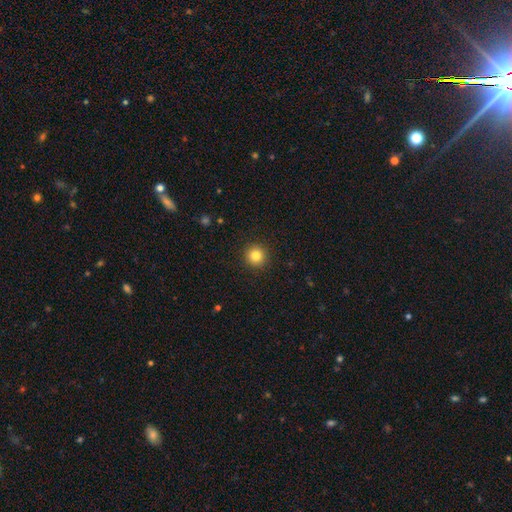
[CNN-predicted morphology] smooth-or-featured: smooth: 83% | star or artifact: 11% | featured or disk: 6%
  how-rounded: round: 95% | in between: 4% | cigar-shaped: 1%
  merging: none: 92% | minor disturbance: 5% | major disturbance: 2% | merger: 1%